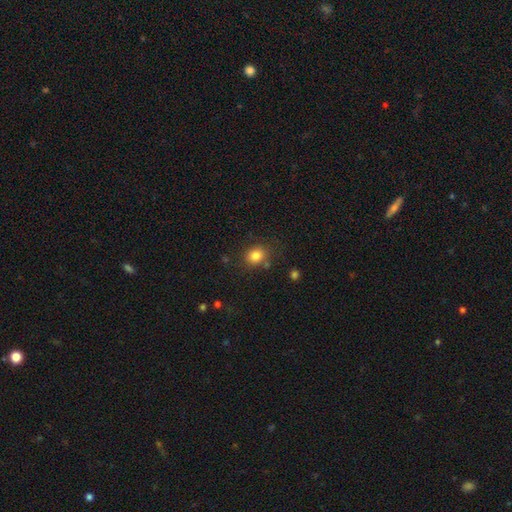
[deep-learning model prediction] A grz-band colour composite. It shows a smooth galaxy with no disk features (82%) that is round (61%). Merging: none (78%).